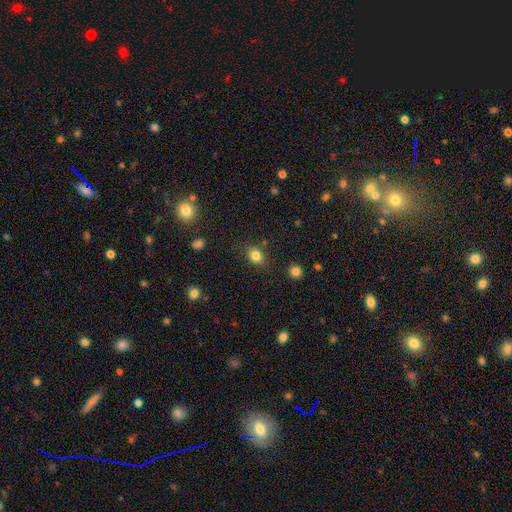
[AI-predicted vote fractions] Smooth or featured? Predicted: smooth (p=0.83). How rounded? Predicted: in between (p=0.54). Merging? Predicted: none (p=0.79).